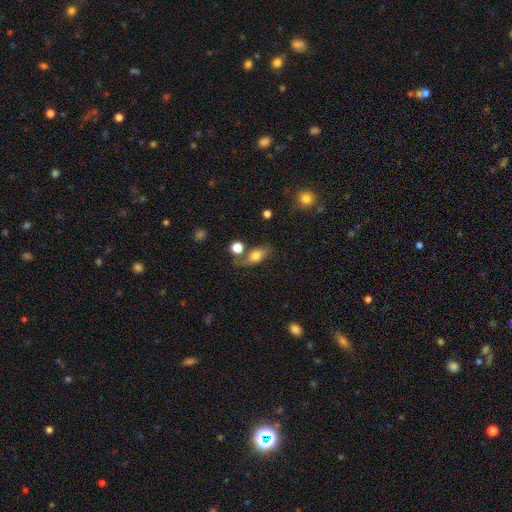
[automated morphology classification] A smooth galaxy with no disk features (72%) that is in between round and cigar-shaped (75%). Merging: none (58%).